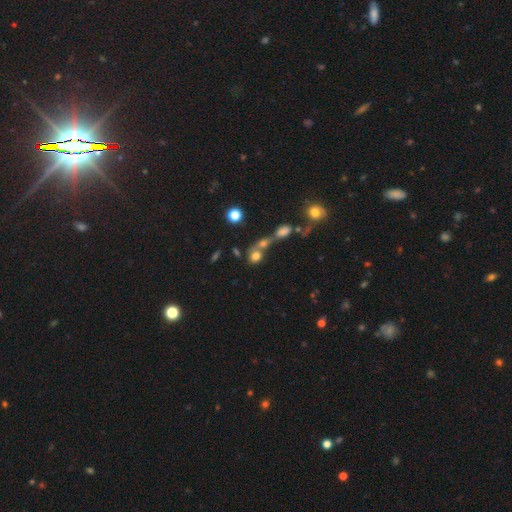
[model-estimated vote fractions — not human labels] A smooth galaxy with no disk features (71%) that is round (58%). Merging: merger (60%).